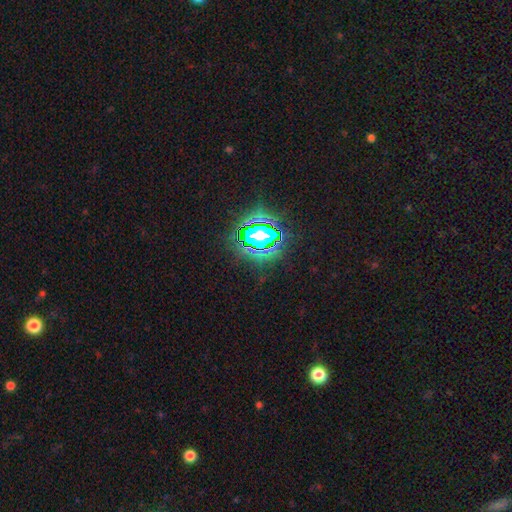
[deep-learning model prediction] This is clearly a star or artifact rather than a galaxy (85%).